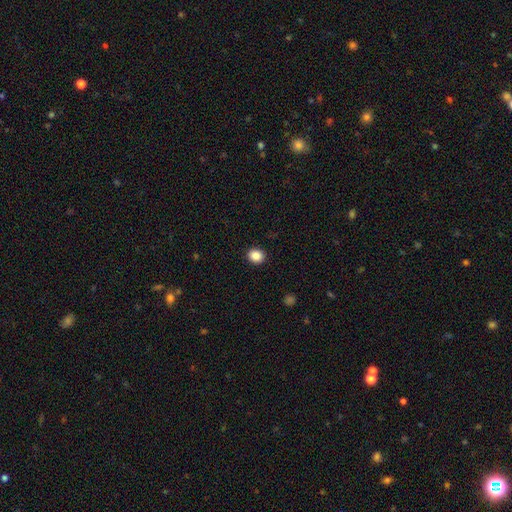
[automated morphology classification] This appears to be a smooth galaxy with no disk features (87%) that is round (71%). Merging: none (92%).